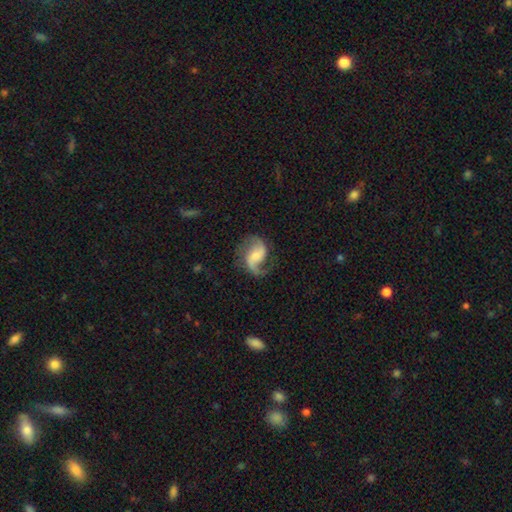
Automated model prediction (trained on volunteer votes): Smooth or featured?
  - featured or disk: 85% *
  - smooth: 10%
  - star or artifact: 5%
Edge-on disk?
  - no: 98% *
  - yes: 2%
Bar?
  - weak: 44% *
  - no: 41%
  - strong: 15%
Spiral arms?
  - yes: 96% *
  - no: 4%
Spiral winding?
  - loose: 55% *
  - medium: 37%
  - tight: 8%
Spiral arm count?
  - 2: 81% *
  - 1: 13%
  - can't tell: 2%
  - 3: 1%
  - 4: 1%
  - more than 4: 1%
Bulge size?
  - small: 41% *
  - moderate: 37%
  - none: 13%
  - large: 7%
  - dominant: 2%
Merging?
  - none: 66% *
  - minor disturbance: 18%
  - major disturbance: 14%
  - merger: 2%